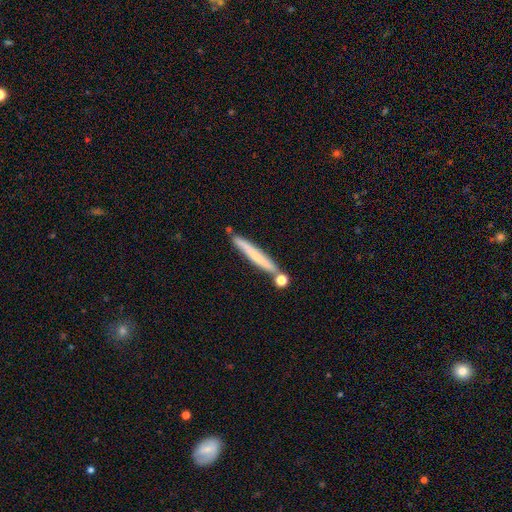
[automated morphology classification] This appears to be a smooth galaxy with no disk features (60%) that is cigar-shaped (95%). Merging: none (74%).